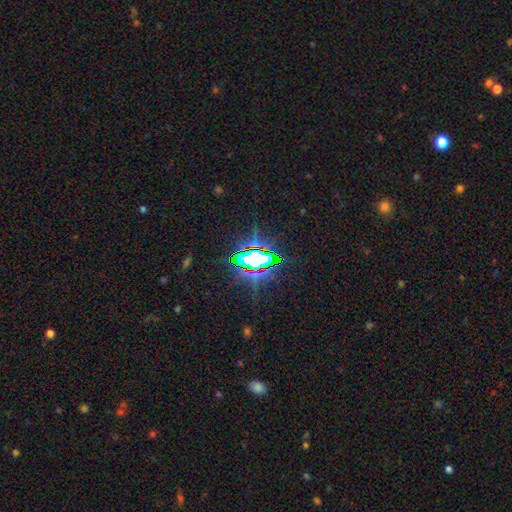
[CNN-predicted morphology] smooth_or_featured: star or artifact (p=0.71) [alt: smooth p=0.16]